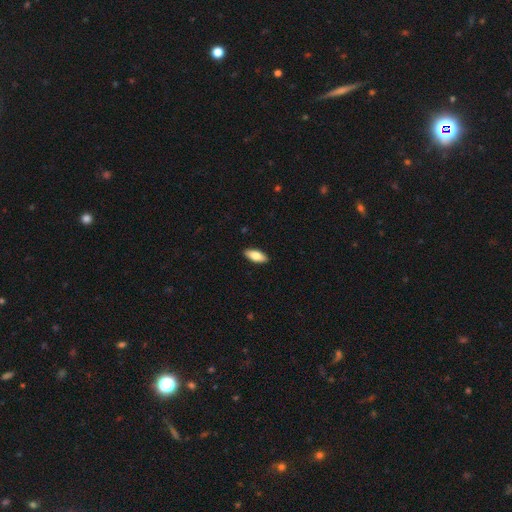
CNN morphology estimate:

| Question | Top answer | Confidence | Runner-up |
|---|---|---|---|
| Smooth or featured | smooth | 78% | featured or disk (16%) |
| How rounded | in between | 85% | cigar-shaped (13%) |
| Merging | none | 90% | minor disturbance (7%) |